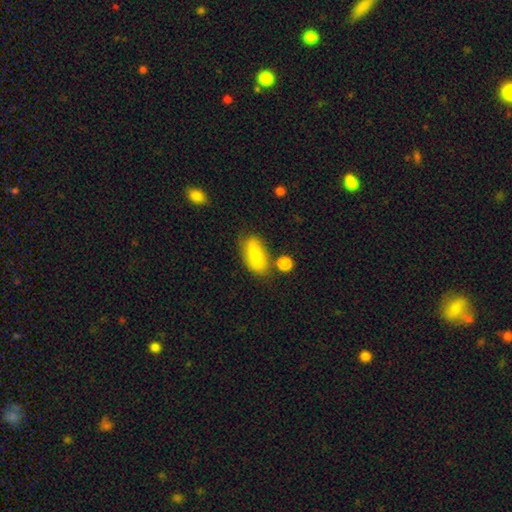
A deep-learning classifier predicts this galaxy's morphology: Smooth or featured?
  - smooth: 73% *
  - featured or disk: 19%
  - star or artifact: 7%
How rounded?
  - in between: 87% *
  - cigar-shaped: 8%
  - round: 5%
Merging?
  - none: 62% *
  - minor disturbance: 23%
  - merger: 9%
  - major disturbance: 6%